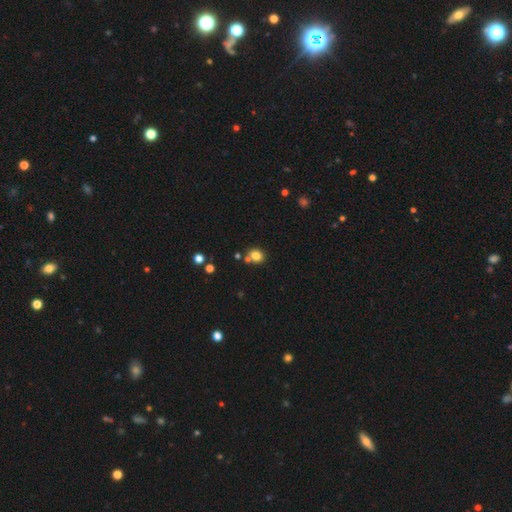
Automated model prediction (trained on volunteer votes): Morphology: type=smooth (81%); roundness=round (72%); merging=none (71%).